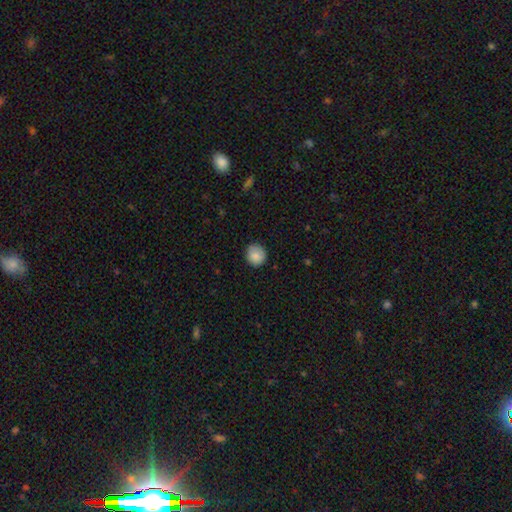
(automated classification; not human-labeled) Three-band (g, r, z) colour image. It shows a smooth galaxy with no disk features (86%) that is round (89%). Merging: none (86%).